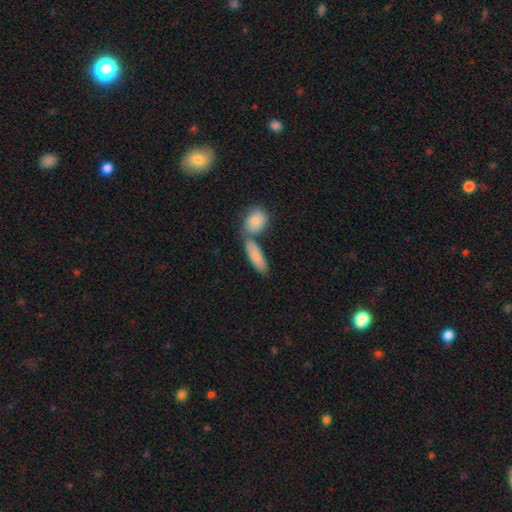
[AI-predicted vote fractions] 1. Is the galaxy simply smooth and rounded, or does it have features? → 84% smooth, 10% featured or disk, 6% star or artifact.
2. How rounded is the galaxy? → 61% in between, 35% cigar-shaped, 4% round.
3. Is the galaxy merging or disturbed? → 54% none, 31% merger, 11% minor disturbance, 4% major disturbance.